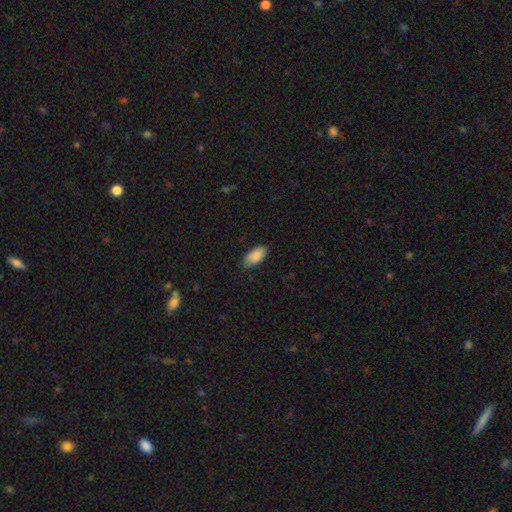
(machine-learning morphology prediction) smooth 88%, star or artifact 6%, featured or disk 5%. Down the decision tree: how rounded — in between (93%); merging — none (79%).